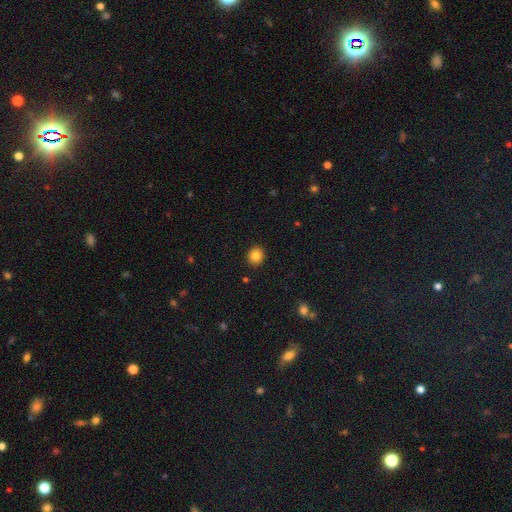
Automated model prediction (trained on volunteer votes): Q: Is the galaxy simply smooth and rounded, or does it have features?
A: smooth — 83%.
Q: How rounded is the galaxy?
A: round — 80%.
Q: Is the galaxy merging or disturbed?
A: none — 91%.